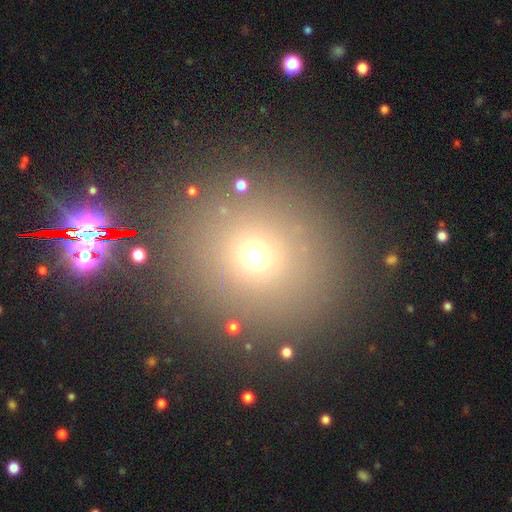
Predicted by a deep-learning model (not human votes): smooth 63%, star or artifact 28%, featured or disk 9%. Down the decision tree: how rounded — round (90%); merging — none (87%).